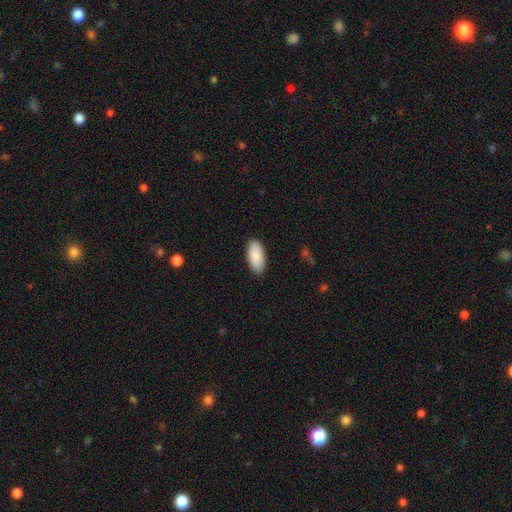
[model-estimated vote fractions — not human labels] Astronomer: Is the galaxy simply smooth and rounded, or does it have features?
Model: smooth — 89%.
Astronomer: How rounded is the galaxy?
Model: in between — 93%.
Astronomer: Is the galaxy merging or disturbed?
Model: none — 88%.